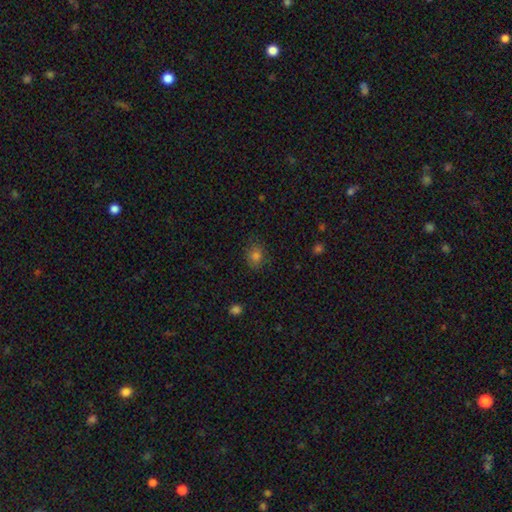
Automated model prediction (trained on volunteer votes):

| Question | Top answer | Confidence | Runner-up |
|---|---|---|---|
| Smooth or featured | smooth | 77% | star or artifact (16%) |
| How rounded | round | 58% | in between (41%) |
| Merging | none | 82% | minor disturbance (14%) |